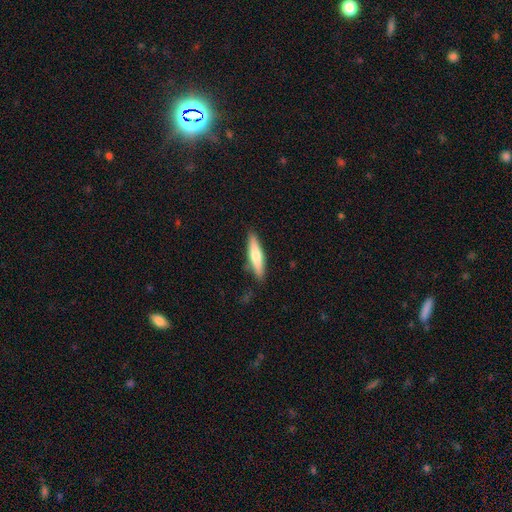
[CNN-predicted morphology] Smooth or featured?
  - smooth: 63% *
  - featured or disk: 32%
  - star or artifact: 5%
How rounded?
  - cigar-shaped: 81% *
  - in between: 18%
  - round: 2%
Merging?
  - none: 85% *
  - minor disturbance: 11%
  - major disturbance: 2%
  - merger: 2%